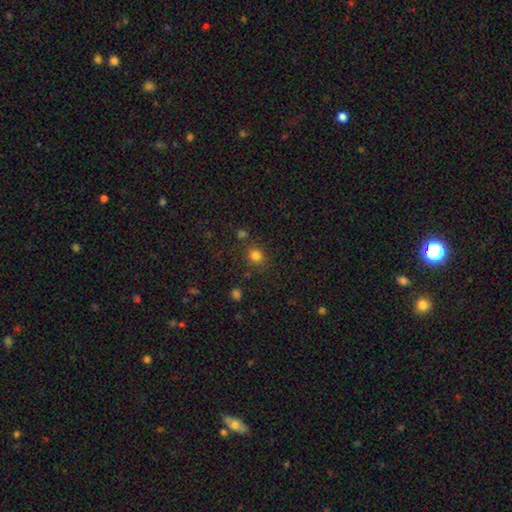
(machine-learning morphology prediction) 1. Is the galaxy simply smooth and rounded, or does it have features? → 80% smooth, 15% star or artifact, 6% featured or disk.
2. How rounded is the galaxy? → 78% round, 22% in between, 1% cigar-shaped.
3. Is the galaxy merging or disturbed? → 81% none, 10% minor disturbance, 5% merger, 4% major disturbance.